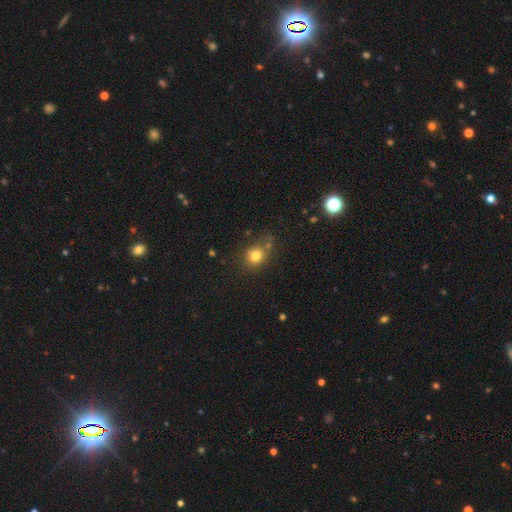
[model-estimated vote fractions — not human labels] Smooth or featured?
  - smooth: 78% *
  - star or artifact: 14%
  - featured or disk: 9%
How rounded?
  - round: 69% *
  - in between: 30%
  - cigar-shaped: 1%
Merging?
  - none: 65% *
  - minor disturbance: 19%
  - merger: 10%
  - major disturbance: 6%